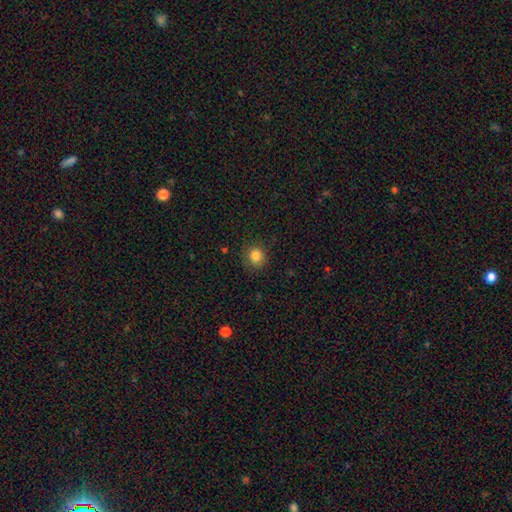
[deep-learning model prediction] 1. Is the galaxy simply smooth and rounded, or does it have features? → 82% smooth, 12% star or artifact, 6% featured or disk.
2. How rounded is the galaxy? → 86% round, 13% in between, 1% cigar-shaped.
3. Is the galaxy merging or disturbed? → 87% none, 9% minor disturbance, 3% major disturbance, 1% merger.